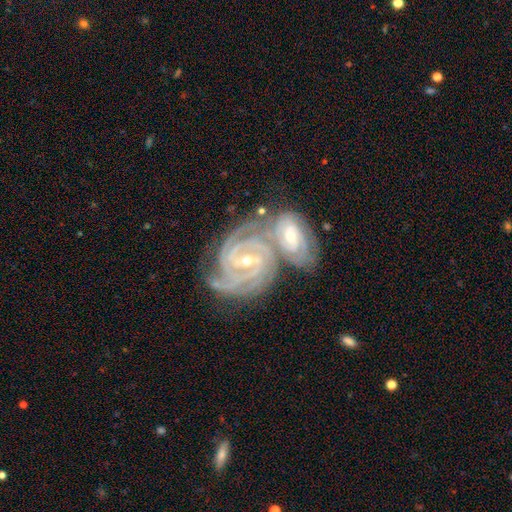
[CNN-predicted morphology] Q: Smooth or featured?
A: featured or disk (84%); runner-up: star or artifact (8%)
Q: Edge-on disk?
A: no (96%); runner-up: yes (4%)
Q: Bar?
A: no (46%); runner-up: weak (40%)
Q: Spiral arms?
A: yes (97%); runner-up: no (3%)
Q: Spiral winding?
A: tight (68%); runner-up: medium (27%)
Q: Spiral arm count?
A: 3 (33%); runner-up: can't tell (20%)
Q: Bulge size?
A: small (63%); runner-up: moderate (33%)
Q: Merging?
A: merger (54%); runner-up: none (32%)